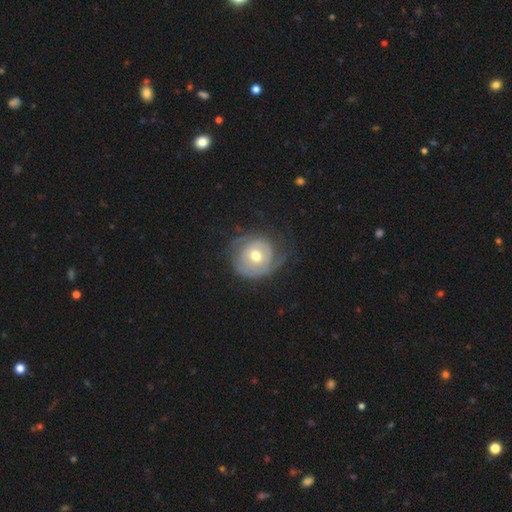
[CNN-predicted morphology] Overall: featured or disk (55%; smooth 38%). Edge-on disk: no (96%). Bar: no (80%). Spiral arms: yes (55%; no 45%). Bulge size: moderate (76%). Merging: none (54%; minor disturbance 26%).